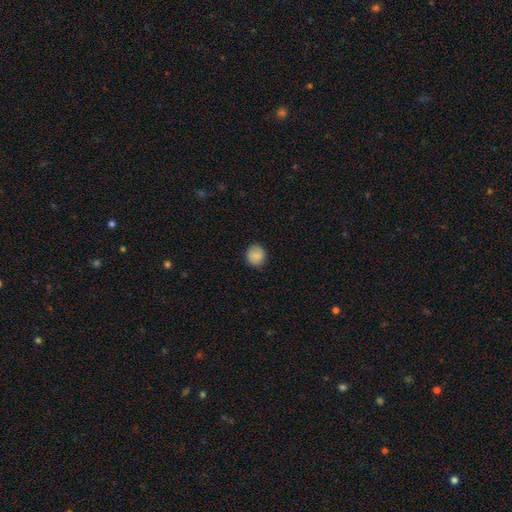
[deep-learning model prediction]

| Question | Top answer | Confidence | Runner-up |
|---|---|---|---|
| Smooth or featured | smooth | 86% | star or artifact (8%) |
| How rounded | round | 90% | in between (10%) |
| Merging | none | 88% | minor disturbance (9%) |